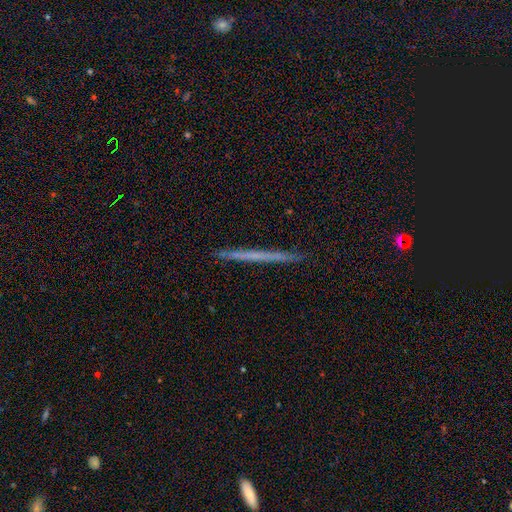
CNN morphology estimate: A featured or disk galaxy (49%).

Vote fractions:
- Smooth or featured? featured or disk: 49% / smooth: 44% / star or artifact: 7%
- Merging? none: 92% / minor disturbance: 6% / major disturbance: 1% / merger: 1%